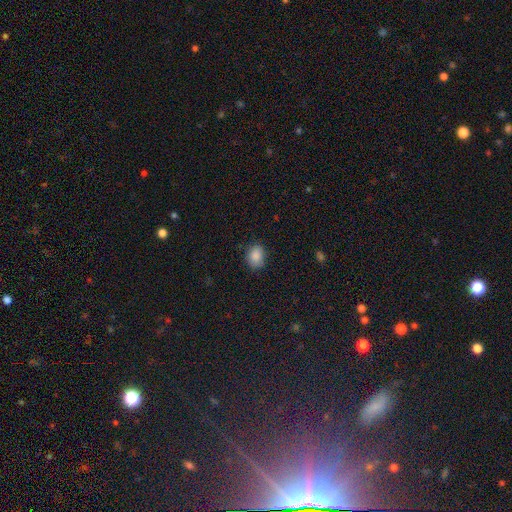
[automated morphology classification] Q: Smooth or featured?
A: smooth (87%); runner-up: star or artifact (9%)
Q: How rounded?
A: in between (60%); runner-up: round (39%)
Q: Merging?
A: none (78%); runner-up: minor disturbance (17%)